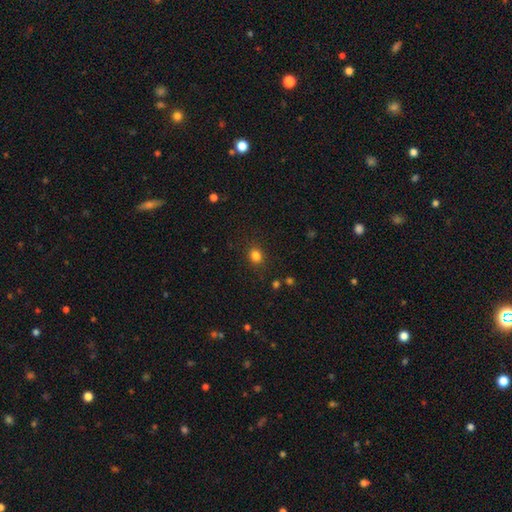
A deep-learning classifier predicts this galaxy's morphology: Smooth or featured: smooth — 82% (star or artifact — 13%)
How rounded: round — 74% (in between — 25%)
Merging: none — 87% (minor disturbance — 9%)